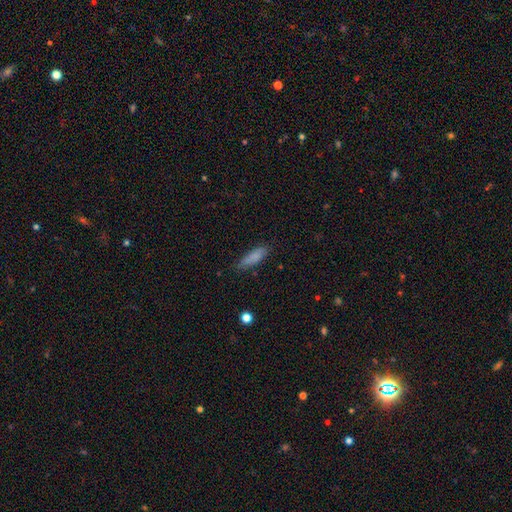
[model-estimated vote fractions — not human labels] Smooth or featured: smooth — 81% (featured or disk — 11%)
How rounded: cigar-shaped — 66% (in between — 32%)
Merging: none — 78% (minor disturbance — 17%)